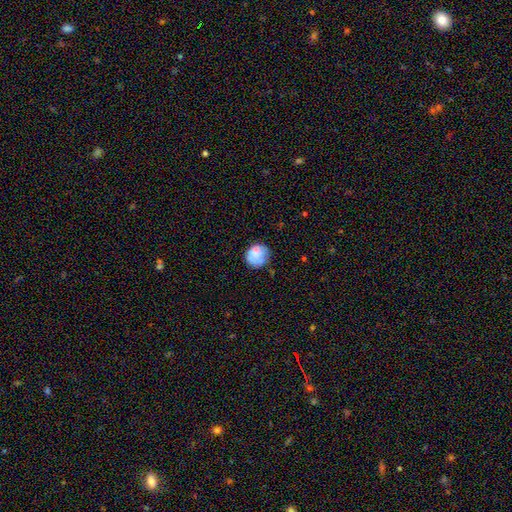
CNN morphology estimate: Smooth or featured? smooth (81%)
How rounded? round (83%)
Merging? none (67%)